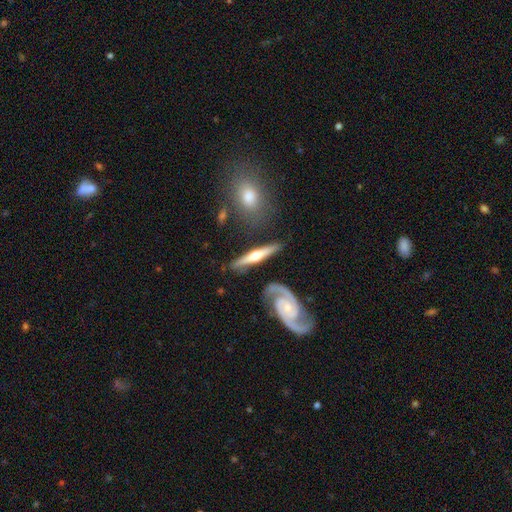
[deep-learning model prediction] A featured or disk galaxy (70%) viewed edge-on (88%) with a rounded central bulge (90%).

Vote fractions:
- Smooth or featured? featured or disk: 70% / smooth: 25% / star or artifact: 5%
- Edge-on disk? yes: 88% / no: 12%
- Edge-on bulge? rounded: 90% / none: 6% / boxy: 4%
- Merging? none: 76% / minor disturbance: 13% / merger: 6% / major disturbance: 5%